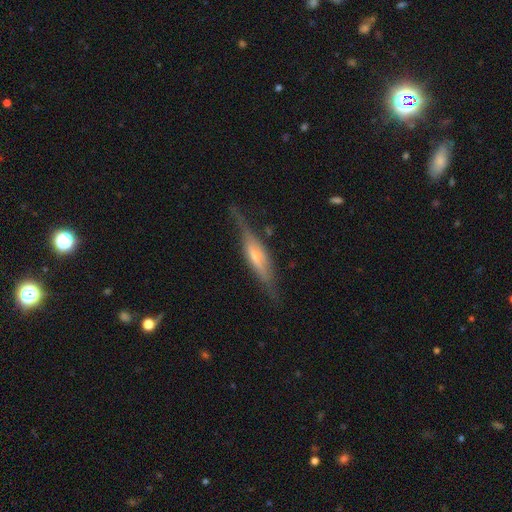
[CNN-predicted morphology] Overall: featured or disk (72%). Edge-on disk: yes (92%). Edge-on bulge: rounded (63%; boxy 23%). Merging: none (73%).